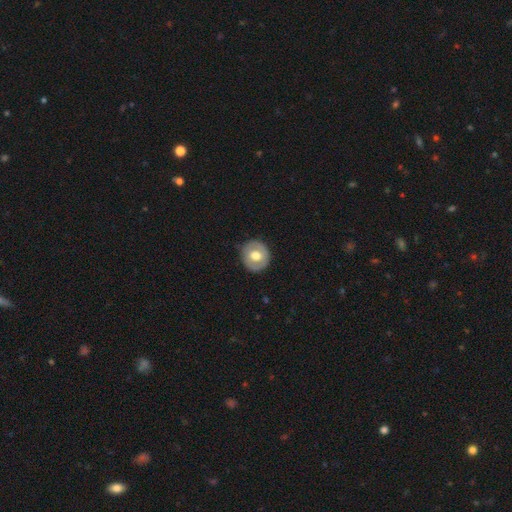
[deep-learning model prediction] Smooth or featured? Predicted: smooth (p=0.53). How rounded? Predicted: round (p=0.88). Merging? Predicted: none (p=0.86).